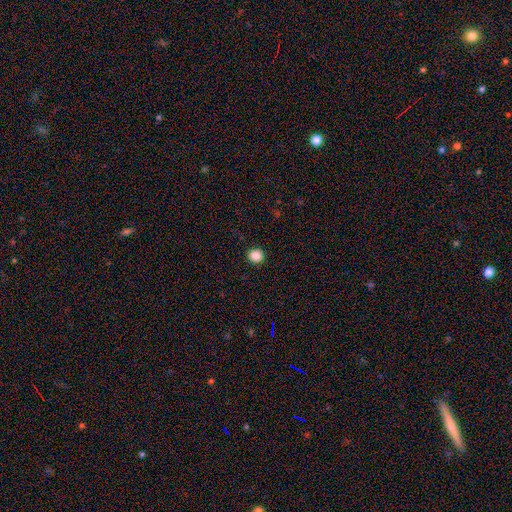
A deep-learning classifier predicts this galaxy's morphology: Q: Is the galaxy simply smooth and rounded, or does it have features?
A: smooth — 87%.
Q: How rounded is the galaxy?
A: round — 90%.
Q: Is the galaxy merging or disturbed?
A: none — 93%.